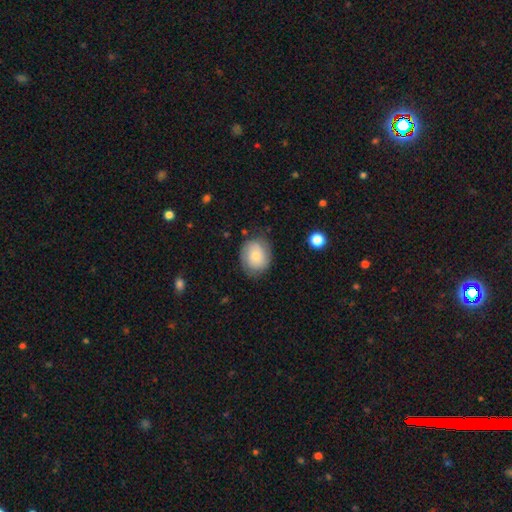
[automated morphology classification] Overall: smooth (67%). How rounded: round (60%; in between 39%). Merging: none (73%).